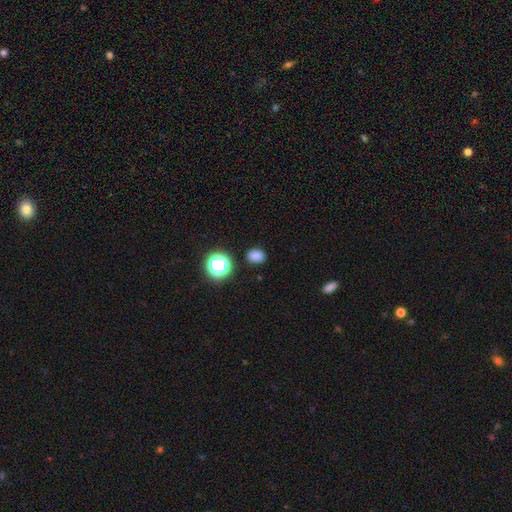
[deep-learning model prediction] The model was most divided on "how rounded": in between: 57%, round: 42%, cigar-shaped: 1%. More confident: merging — none (85%); smooth or featured — smooth (79%).